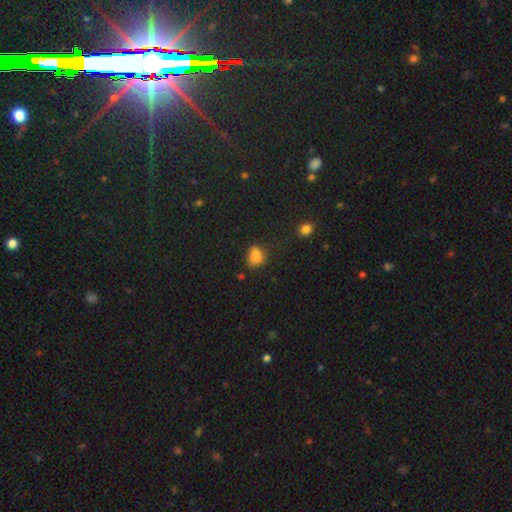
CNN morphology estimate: type=smooth (79%); roundness=in between (68%); merging=none (53%).